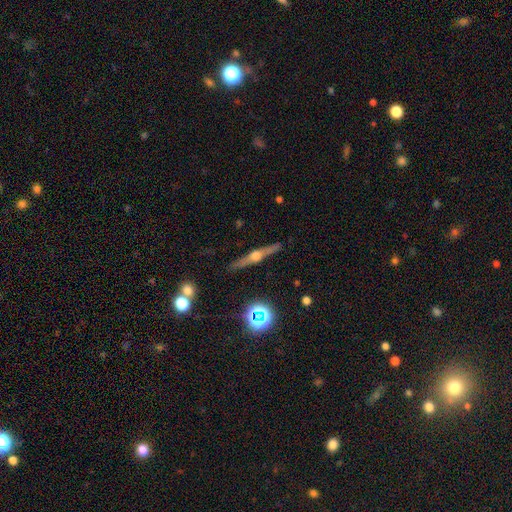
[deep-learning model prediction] This is likely a featured or disk galaxy (78%). It is clearly viewed edge-on (97%). Edge-on bulge: clearly rounded (93%). Merging: clearly none (89%).